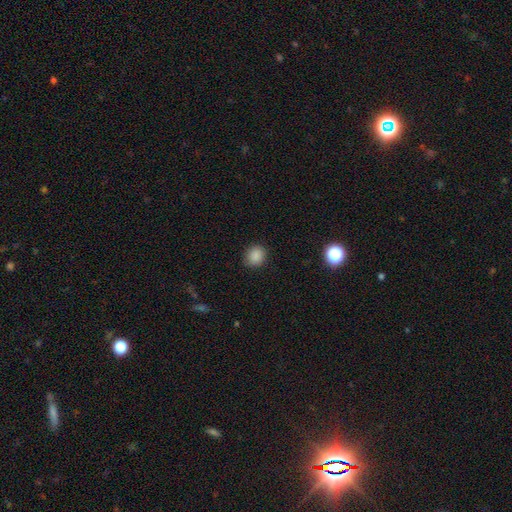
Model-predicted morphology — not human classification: This appears to be a smooth galaxy with no disk features (87%) that is round (70%). Merging: none (87%).